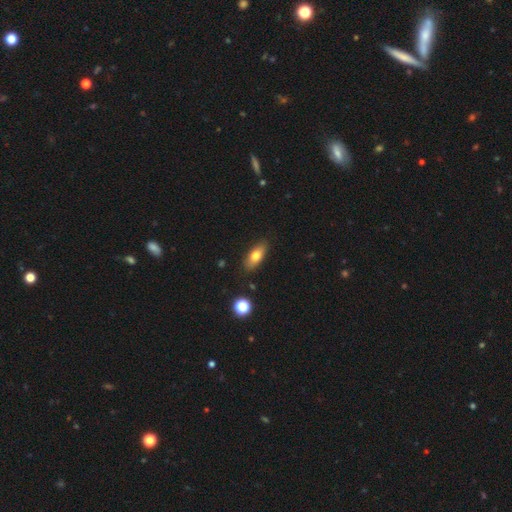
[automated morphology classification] smooth-or-featured: smooth: 73% | featured or disk: 19% | star or artifact: 8%
  how-rounded: in between: 75% | cigar-shaped: 21% | round: 4%
  merging: none: 85% | minor disturbance: 11% | major disturbance: 2% | merger: 2%